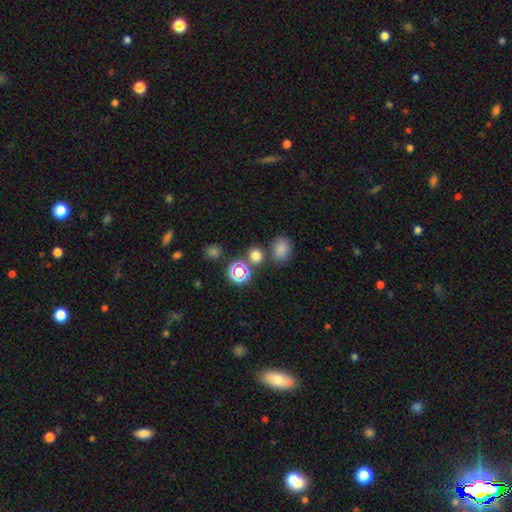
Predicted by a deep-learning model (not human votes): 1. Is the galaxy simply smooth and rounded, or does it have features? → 70% smooth, 24% star or artifact, 6% featured or disk.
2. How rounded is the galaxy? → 70% round, 29% in between, 1% cigar-shaped.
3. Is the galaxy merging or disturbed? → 71% none, 16% merger, 9% minor disturbance, 4% major disturbance.